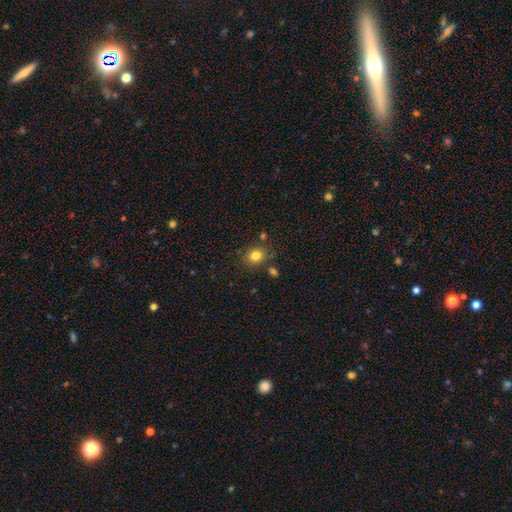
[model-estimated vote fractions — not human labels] A smooth galaxy with no disk features (81%) that is round (64%). Merging: none (79%).